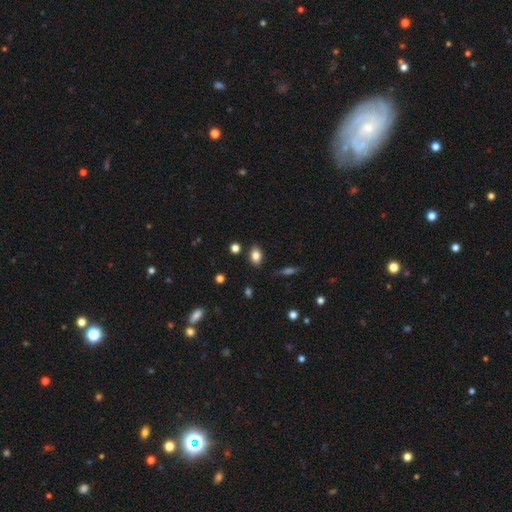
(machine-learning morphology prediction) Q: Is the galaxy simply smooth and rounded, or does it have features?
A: smooth — 82%.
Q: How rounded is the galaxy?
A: in between — 76%.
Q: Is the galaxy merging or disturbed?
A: none — 83%.